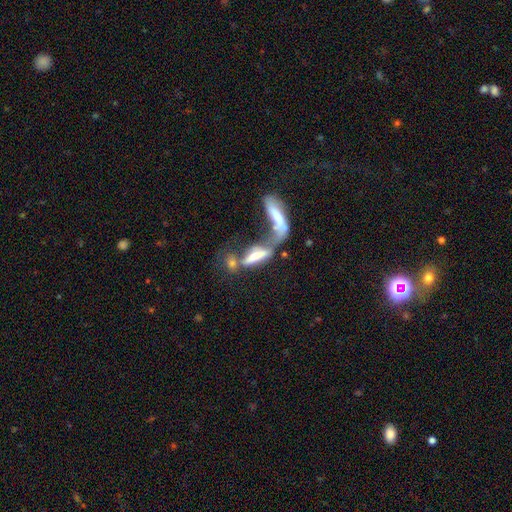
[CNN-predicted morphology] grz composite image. It shows a smooth galaxy with no disk features (54%) that is cigar-shaped (61%). Merging: merger (72%).